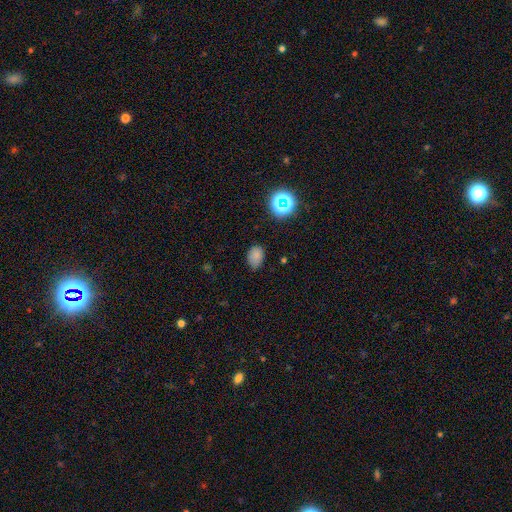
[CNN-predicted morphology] type=smooth (75%); roundness=in between (76%); merging=none (65%).